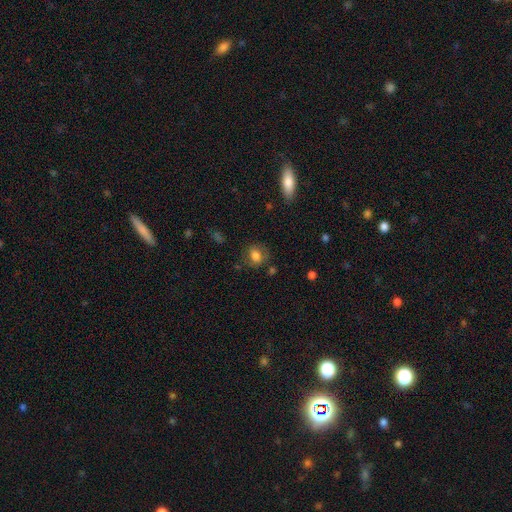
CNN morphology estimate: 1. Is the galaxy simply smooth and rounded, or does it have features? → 77% smooth, 13% featured or disk, 10% star or artifact.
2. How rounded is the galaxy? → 54% round, 44% in between, 1% cigar-shaped.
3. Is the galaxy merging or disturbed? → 72% none, 18% minor disturbance, 7% major disturbance, 3% merger.